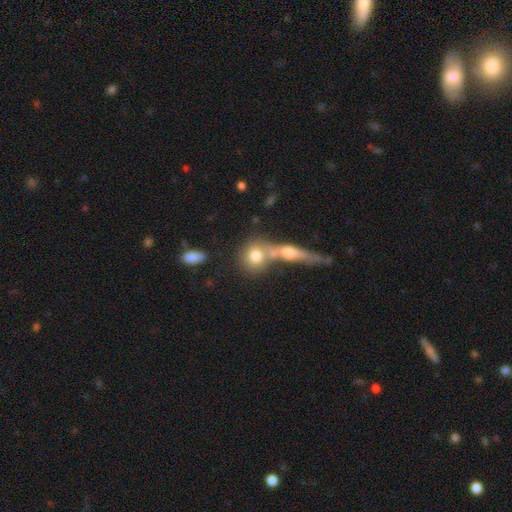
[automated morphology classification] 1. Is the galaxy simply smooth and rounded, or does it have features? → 72% smooth, 18% featured or disk, 9% star or artifact.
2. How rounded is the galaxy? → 75% round, 19% in between, 6% cigar-shaped.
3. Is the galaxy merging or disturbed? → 44% none, 42% merger, 9% minor disturbance, 5% major disturbance.